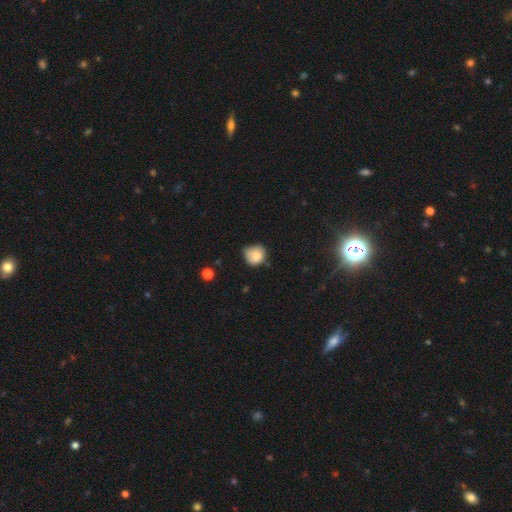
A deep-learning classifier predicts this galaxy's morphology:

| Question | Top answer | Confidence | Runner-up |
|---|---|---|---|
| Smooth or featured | smooth | 80% | featured or disk (10%) |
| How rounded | round | 78% | in between (21%) |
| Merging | none | 48% | minor disturbance (39%) |